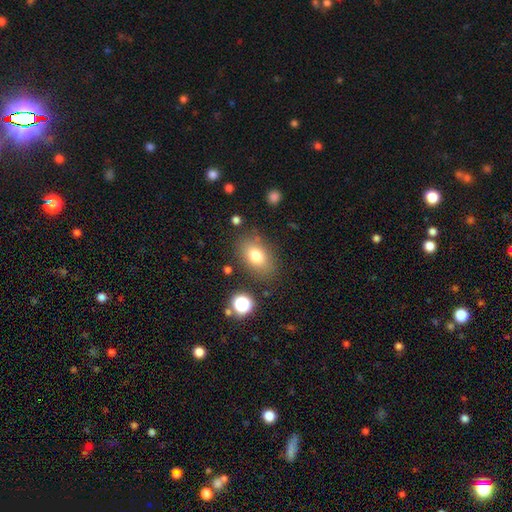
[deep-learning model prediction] Smooth or featured?
  - smooth: 76% *
  - featured or disk: 13%
  - star or artifact: 11%
How rounded?
  - in between: 79% *
  - round: 19%
  - cigar-shaped: 2%
Merging?
  - none: 79% *
  - minor disturbance: 13%
  - major disturbance: 5%
  - merger: 3%